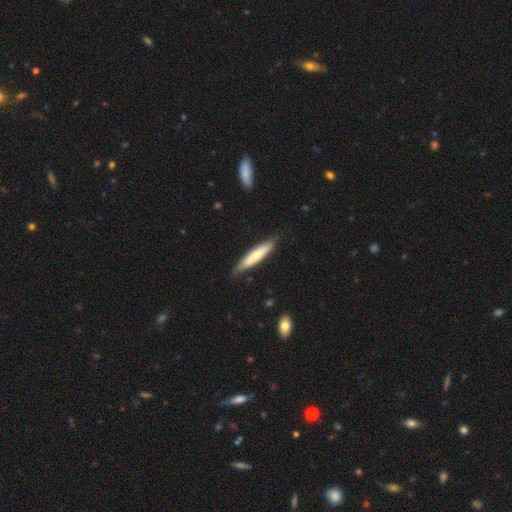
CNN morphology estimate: A smooth galaxy with no disk features (60%) that is cigar-shaped (85%).

Vote fractions:
- Smooth or featured? smooth: 60% / featured or disk: 34% / star or artifact: 5%
- How rounded? cigar-shaped: 85% / in between: 13% / round: 1%
- Merging? none: 83% / minor disturbance: 14% / major disturbance: 2% / merger: 1%